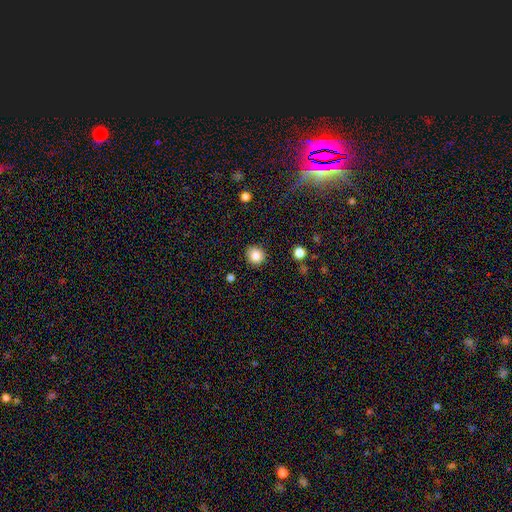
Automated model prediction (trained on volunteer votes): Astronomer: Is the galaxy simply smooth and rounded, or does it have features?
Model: smooth — 84%.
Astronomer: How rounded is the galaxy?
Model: round — 89%.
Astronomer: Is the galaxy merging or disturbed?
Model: none — 90%.